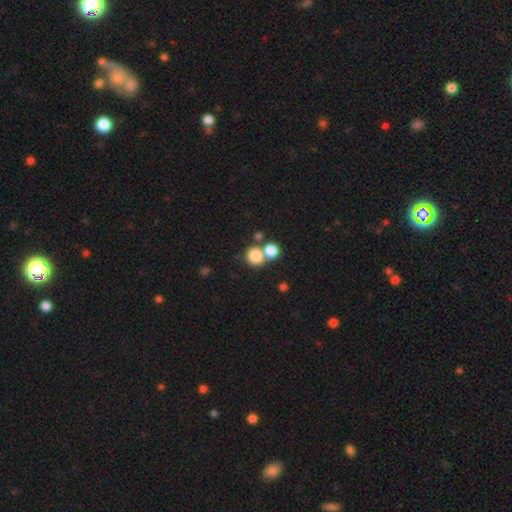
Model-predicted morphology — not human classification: Smooth or featured?
  - smooth: 81% *
  - star or artifact: 11%
  - featured or disk: 8%
How rounded?
  - round: 86% *
  - in between: 13%
  - cigar-shaped: 1%
Merging?
  - none: 48% *
  - merger: 42%
  - minor disturbance: 6%
  - major disturbance: 3%